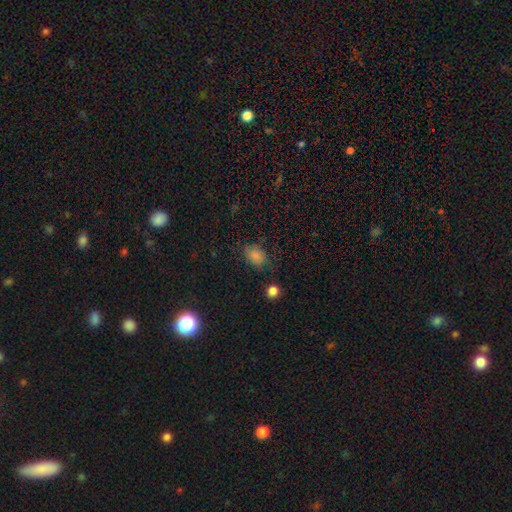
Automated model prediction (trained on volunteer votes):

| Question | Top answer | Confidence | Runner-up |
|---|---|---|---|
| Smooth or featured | smooth | 81% | star or artifact (14%) |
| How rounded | in between | 67% | round (31%) |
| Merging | none | 70% | minor disturbance (21%) |